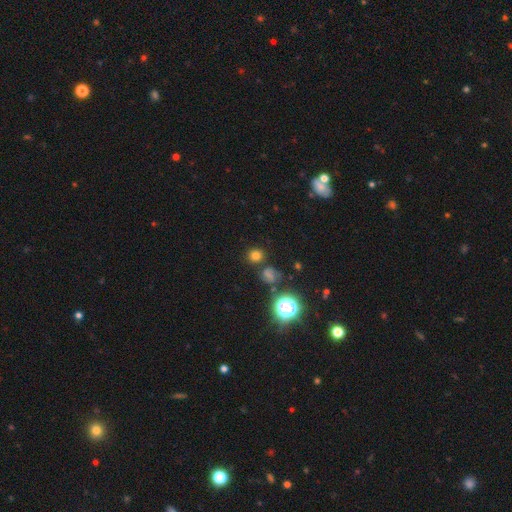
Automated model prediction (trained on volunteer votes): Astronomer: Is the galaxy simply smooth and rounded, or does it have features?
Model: smooth — 68%.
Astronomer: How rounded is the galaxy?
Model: round — 84%.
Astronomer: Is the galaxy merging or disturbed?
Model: none — 78%.